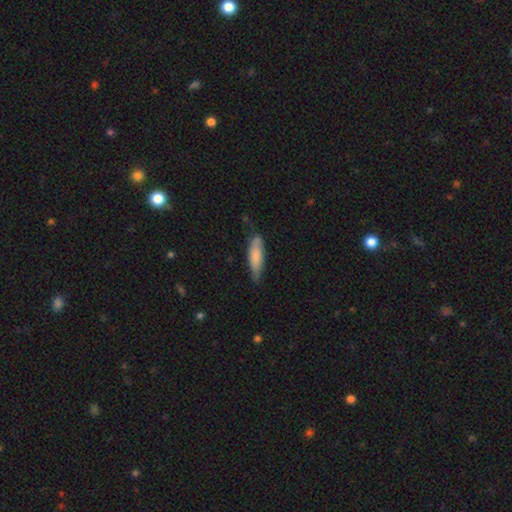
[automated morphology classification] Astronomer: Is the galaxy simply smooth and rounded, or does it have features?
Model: smooth — 77%.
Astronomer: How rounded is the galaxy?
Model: cigar-shaped — 61% (runner-up: in between, 37%).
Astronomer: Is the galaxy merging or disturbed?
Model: none — 68%.